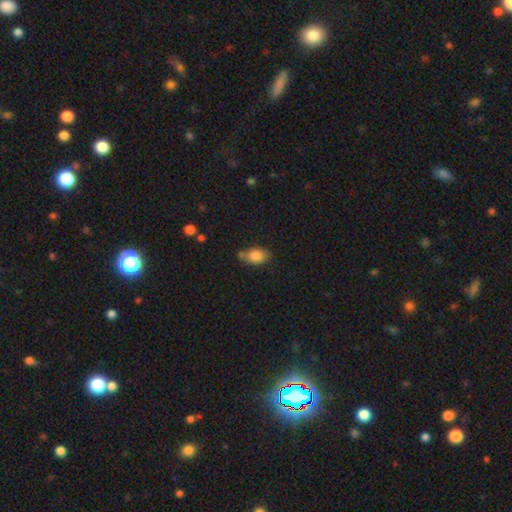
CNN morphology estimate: Smooth or featured? Predicted: smooth (p=0.83). How rounded? Predicted: in between (p=0.82). Merging? Predicted: none (p=0.60).